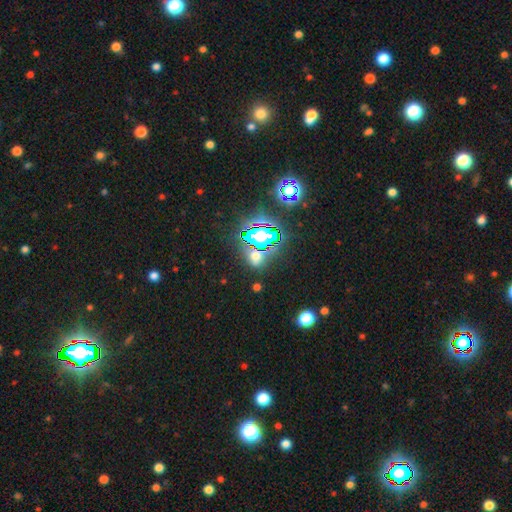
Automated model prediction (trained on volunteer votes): smooth-or-featured: star or artifact: 59% | smooth: 30% | featured or disk: 10%